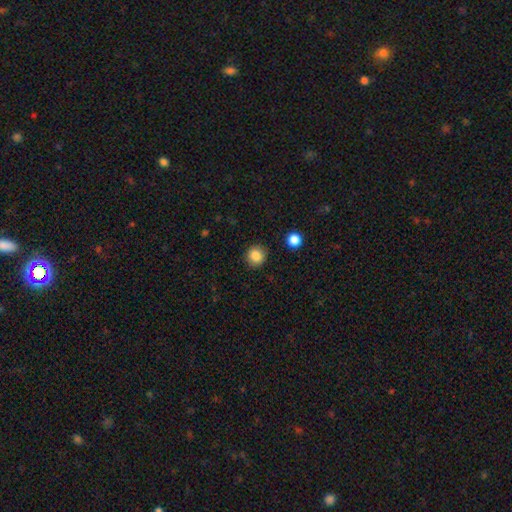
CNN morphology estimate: Overall: smooth (86%). How rounded: round (89%). Merging: none (89%).